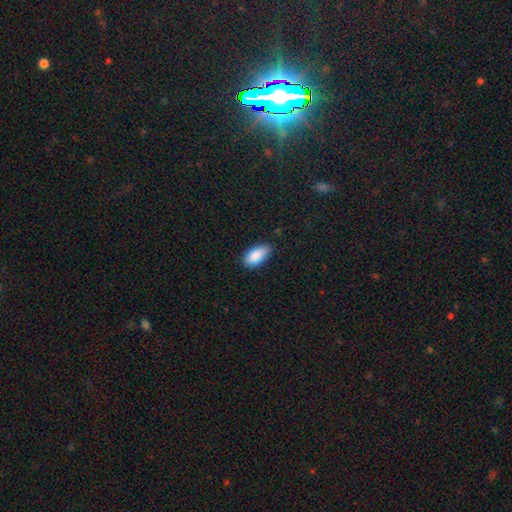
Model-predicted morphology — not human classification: Smooth or featured? Predicted: smooth (p=0.89). How rounded? Predicted: in between (p=0.93). Merging? Predicted: none (p=0.79).